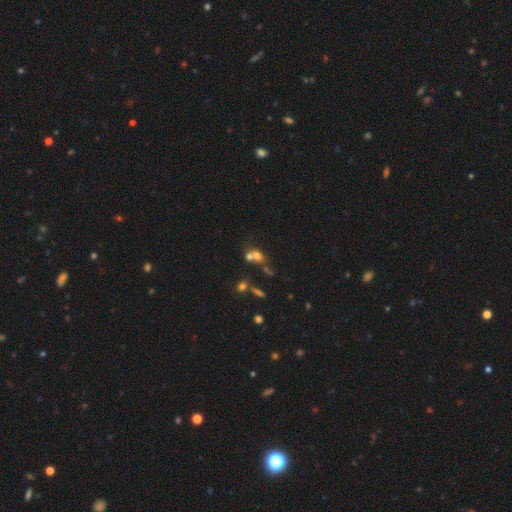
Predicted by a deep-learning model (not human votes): A smooth galaxy with no disk features (59%) that is round (68%).

Vote fractions:
- Smooth or featured? smooth: 59% / star or artifact: 20% / featured or disk: 20%
- How rounded? round: 68% / in between: 30% / cigar-shaped: 2%
- Merging? merger: 55% / none: 32% / minor disturbance: 8% / major disturbance: 6%